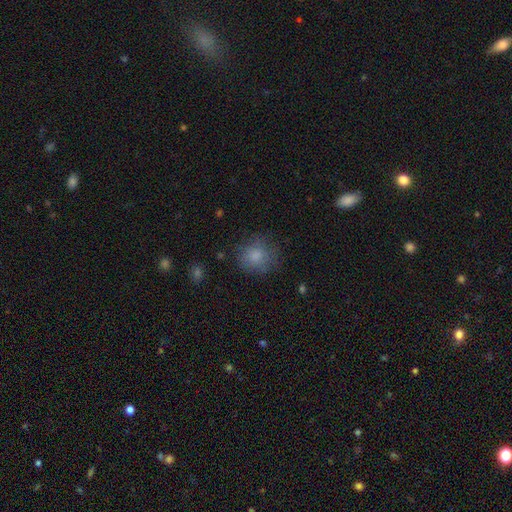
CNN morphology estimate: type=smooth (81%); roundness=round (85%); merging=none (72%).